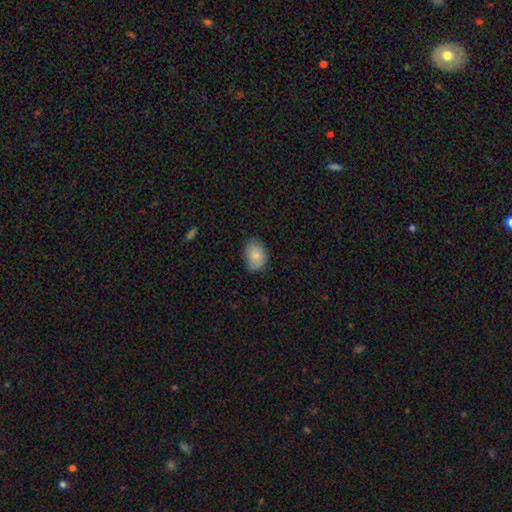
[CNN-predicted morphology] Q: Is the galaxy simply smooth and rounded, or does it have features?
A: smooth — 84%.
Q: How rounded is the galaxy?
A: in between — 75%.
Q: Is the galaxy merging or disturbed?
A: none — 75%.